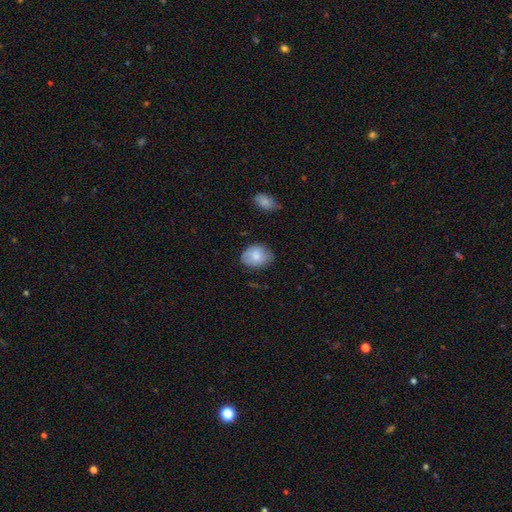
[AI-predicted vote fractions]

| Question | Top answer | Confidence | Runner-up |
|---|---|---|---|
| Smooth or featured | smooth | 77% | featured or disk (16%) |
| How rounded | in between | 62% | round (37%) |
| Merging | none | 68% | minor disturbance (26%) |